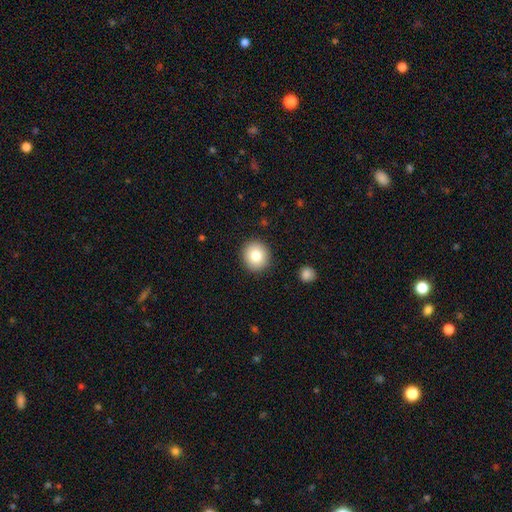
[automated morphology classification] A smooth galaxy with no disk features (80%) that is round (88%).

Vote fractions:
- Smooth or featured? smooth: 80% / featured or disk: 10% / star or artifact: 9%
- How rounded? round: 88% / in between: 11% / cigar-shaped: 1%
- Merging? none: 91% / minor disturbance: 6% / major disturbance: 2% / merger: 1%